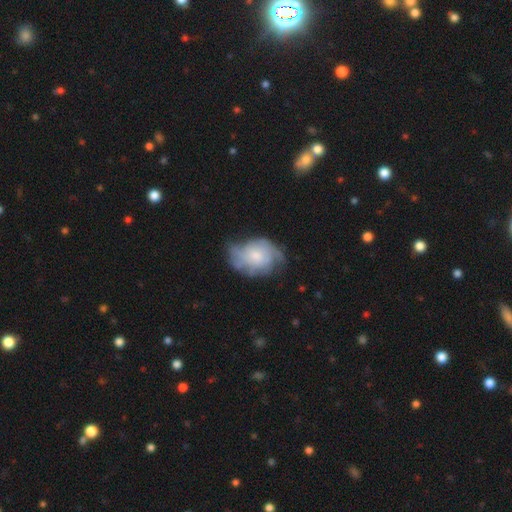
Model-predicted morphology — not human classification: Smooth or featured? Predicted: featured or disk (p=0.62). Edge-on disk? Predicted: no (p=0.97). Bar? Predicted: no (p=0.76). Spiral arms? Predicted: yes (p=0.81). Bulge size? Predicted: small (p=0.47). Merging? Predicted: none (p=0.50).